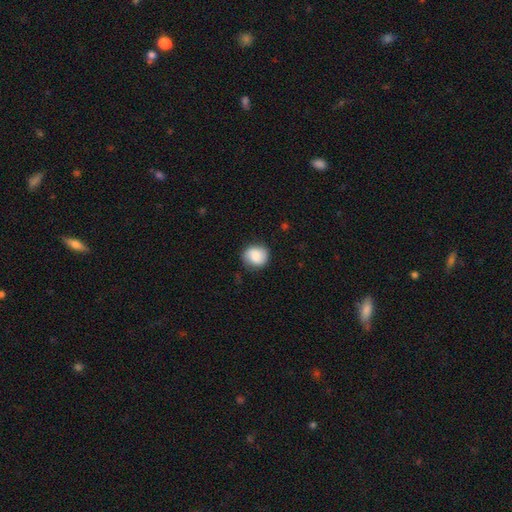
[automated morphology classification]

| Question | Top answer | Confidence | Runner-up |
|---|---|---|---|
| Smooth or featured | smooth | 79% | featured or disk (14%) |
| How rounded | round | 80% | in between (19%) |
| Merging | none | 79% | minor disturbance (15%) |